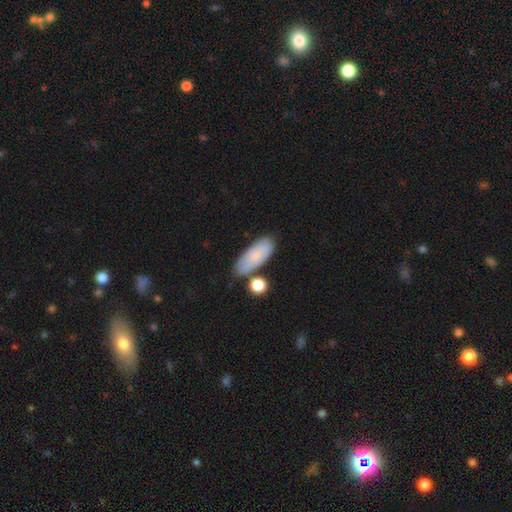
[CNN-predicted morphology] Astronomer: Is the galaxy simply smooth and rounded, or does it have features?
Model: smooth — 77%.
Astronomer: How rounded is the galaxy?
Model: in between — 82%.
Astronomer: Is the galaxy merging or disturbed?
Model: none — 65%.